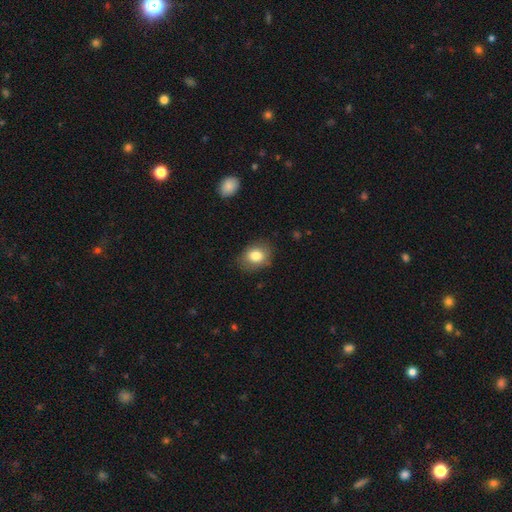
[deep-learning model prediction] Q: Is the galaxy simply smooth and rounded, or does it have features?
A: smooth — 81%.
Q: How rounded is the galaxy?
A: in between — 56%.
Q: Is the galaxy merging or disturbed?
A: none — 80%.